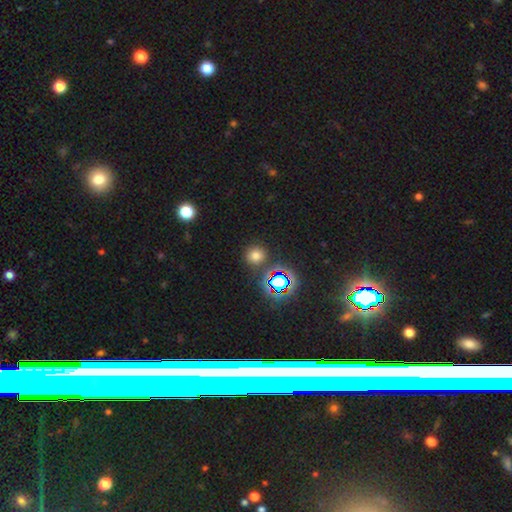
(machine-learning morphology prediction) A smooth galaxy with no disk features (66%) that is round (91%).

Vote fractions:
- Smooth or featured? smooth: 66% / star or artifact: 26% / featured or disk: 7%
- How rounded? round: 91% / in between: 8% / cigar-shaped: 1%
- Merging? none: 84% / minor disturbance: 8% / merger: 5% / major disturbance: 3%